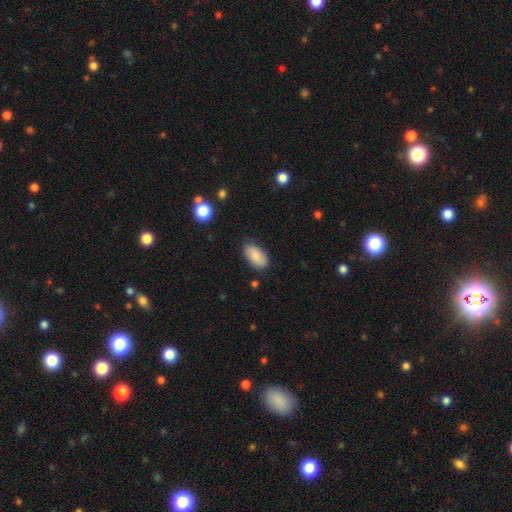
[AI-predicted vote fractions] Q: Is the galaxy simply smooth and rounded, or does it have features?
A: smooth — 85%.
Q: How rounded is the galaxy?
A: in between — 94%.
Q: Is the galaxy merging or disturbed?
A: none — 81%.